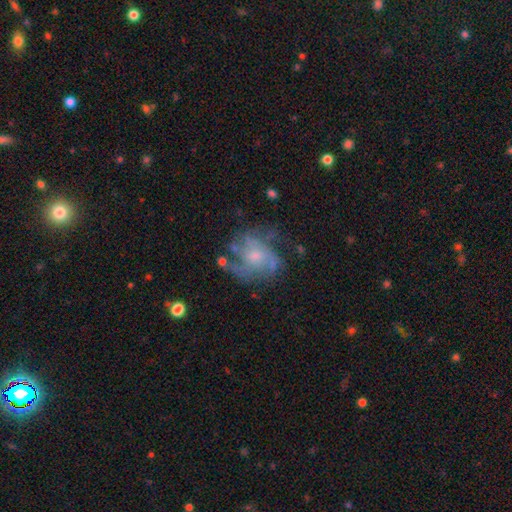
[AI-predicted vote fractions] The model was most divided on "bulge size": small: 47%, moderate: 40%, none: 8%, large: 4%, dominant: 1%. Remaining: edge-on disk — no (98%); spiral arms — yes (78%); bar — no (74%); smooth or featured — featured or disk (72%); merging — none (56%); spiral winding — medium (45%); spiral arm count — can't tell (35%).